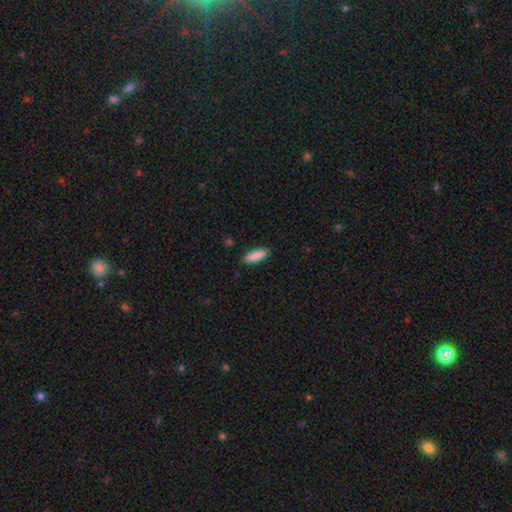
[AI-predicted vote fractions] smooth 87%, featured or disk 7%, star or artifact 6%. Down the decision tree: how rounded — cigar-shaped (56%); merging — none (88%).